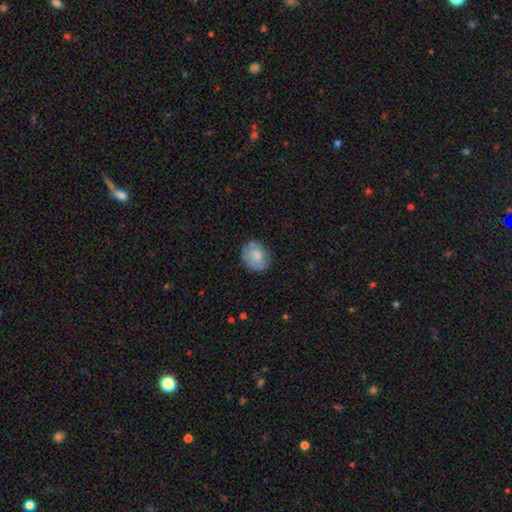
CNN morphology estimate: A smooth galaxy with no disk features (72%) that is round (66%). Merging: none (69%).